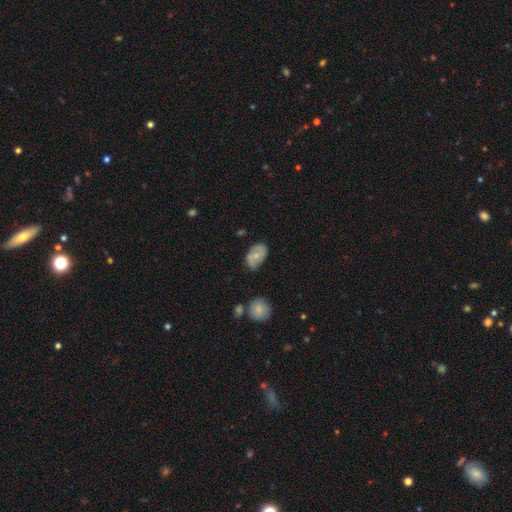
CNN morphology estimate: The model was most divided on "smooth or featured": smooth: 53%, featured or disk: 40%, star or artifact: 7%. More confident: how rounded — in between (85%); merging — none (61%).